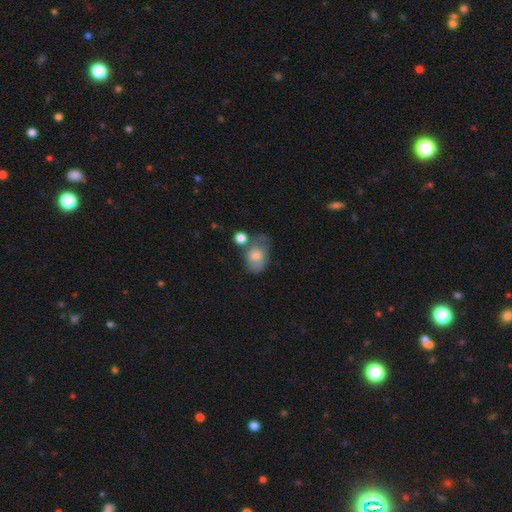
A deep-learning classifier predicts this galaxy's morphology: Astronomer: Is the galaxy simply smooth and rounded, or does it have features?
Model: smooth — 66%.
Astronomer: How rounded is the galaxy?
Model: in between — 72%.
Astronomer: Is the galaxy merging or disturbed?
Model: none — 38% (runner-up: minor disturbance, 28%).